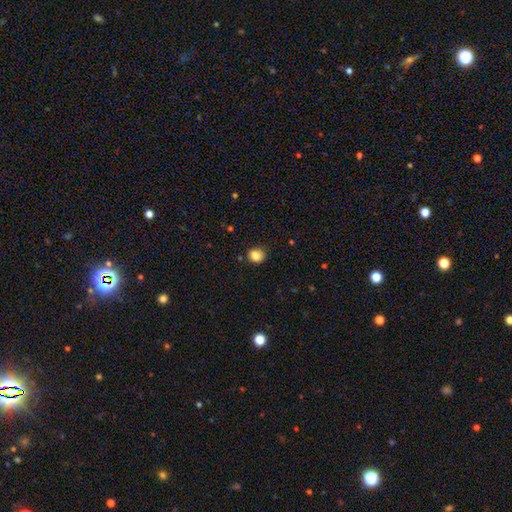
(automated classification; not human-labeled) The model was most divided on "how rounded": round: 66%, in between: 33%, cigar-shaped: 1%. More confident: smooth or featured — smooth (82%); merging — none (72%).